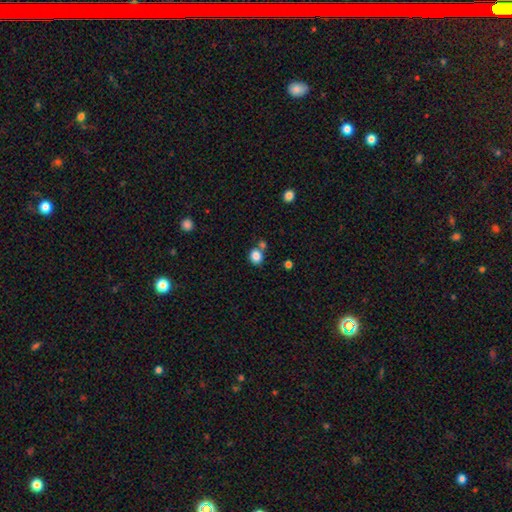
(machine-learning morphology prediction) Q: Smooth or featured?
A: smooth (84%); runner-up: star or artifact (10%)
Q: How rounded?
A: round (71%); runner-up: in between (28%)
Q: Merging?
A: none (63%); runner-up: merger (23%)